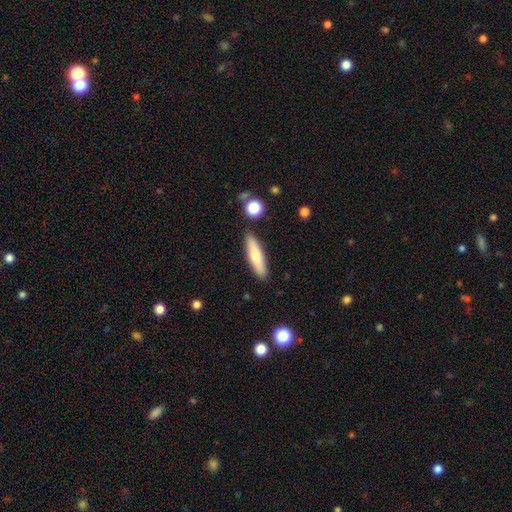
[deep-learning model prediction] Smooth or featured: smooth — 71% (featured or disk — 23%)
How rounded: cigar-shaped — 75% (in between — 23%)
Merging: none — 86% (minor disturbance — 9%)